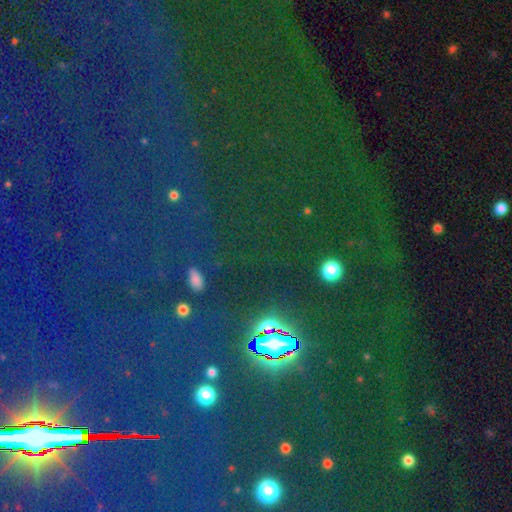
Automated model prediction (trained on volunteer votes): Morphology: type=star or artifact (83%).